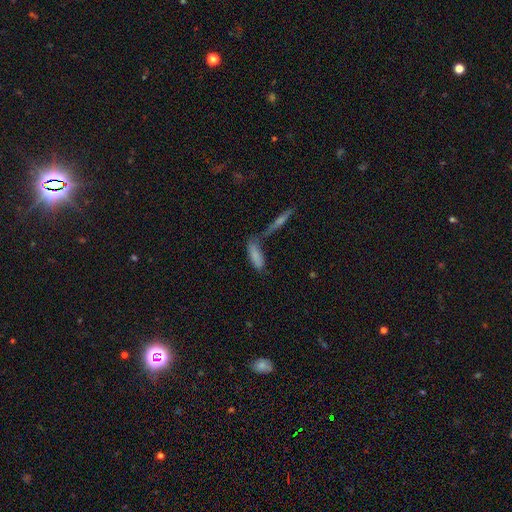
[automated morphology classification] The model was most divided on "how rounded": cigar-shaped: 51%, in between: 47%, round: 2%. Remaining: smooth or featured — smooth (77%); merging — none (44%).